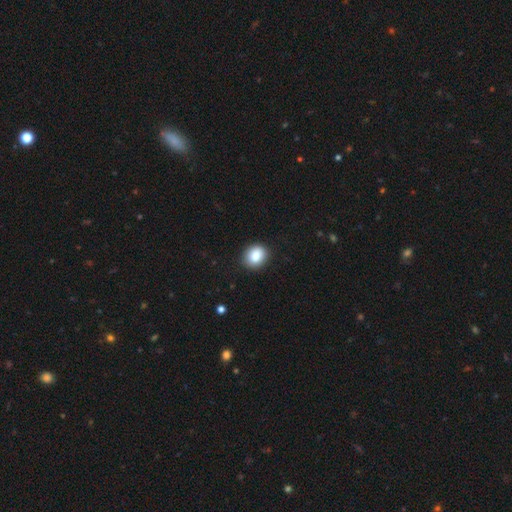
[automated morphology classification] Smooth or featured? smooth (85%)
How rounded? round (64%)
Merging? none (89%)